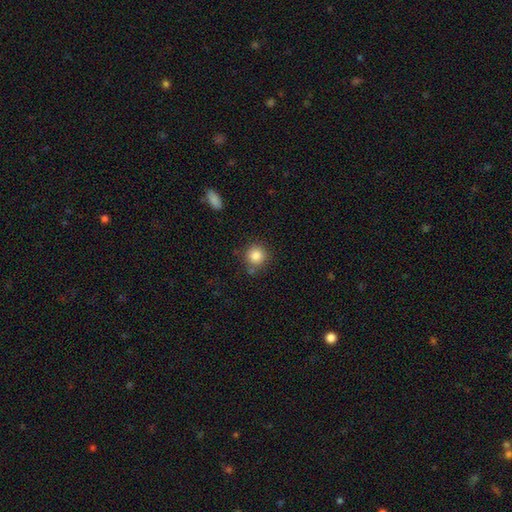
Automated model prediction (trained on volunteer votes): Morphology: type=smooth (84%); roundness=round (93%); merging=none (78%).